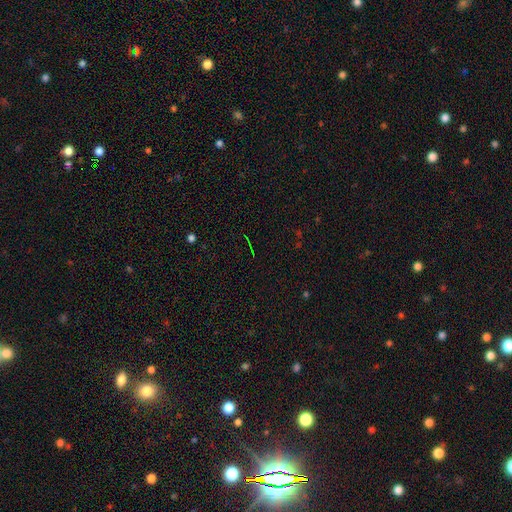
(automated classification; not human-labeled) Smooth or featured?
  - star or artifact: 72% *
  - smooth: 15%
  - featured or disk: 13%